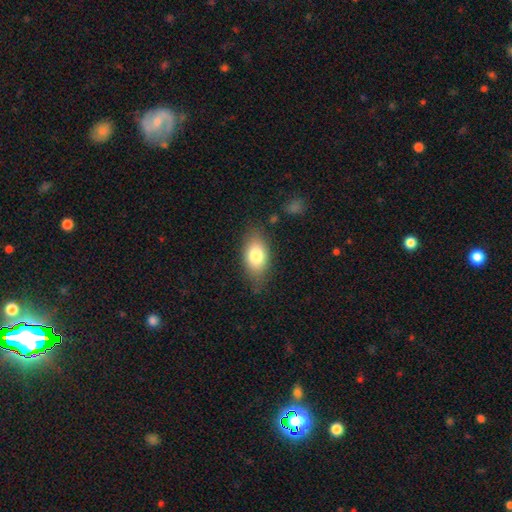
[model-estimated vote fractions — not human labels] A smooth galaxy with no disk features (79%) that is in between round and cigar-shaped (88%). Merging: none (75%).